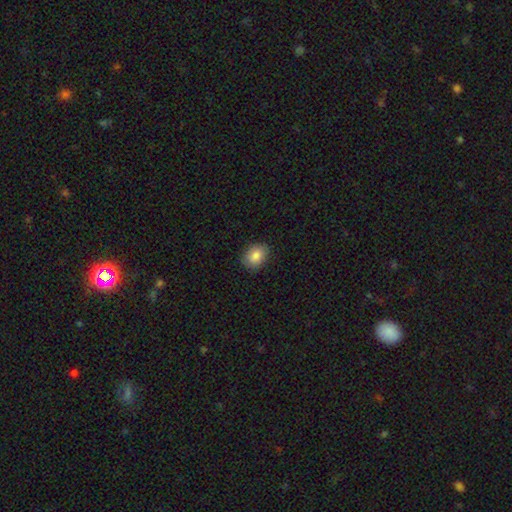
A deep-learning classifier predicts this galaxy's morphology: Q: Smooth or featured?
A: smooth (85%); runner-up: star or artifact (8%)
Q: How rounded?
A: in between (62%); runner-up: round (37%)
Q: Merging?
A: none (86%); runner-up: minor disturbance (11%)